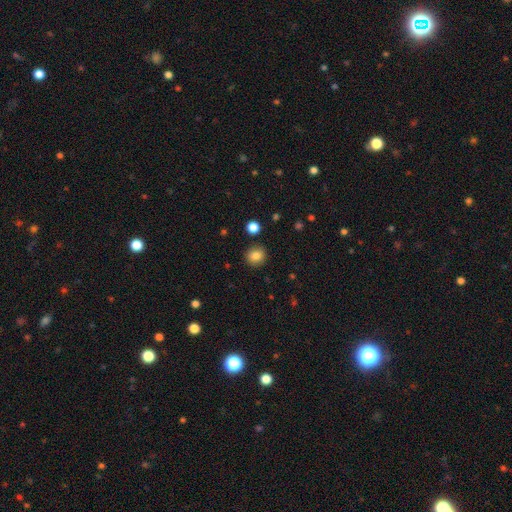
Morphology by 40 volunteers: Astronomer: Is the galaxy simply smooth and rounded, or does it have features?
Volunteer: smooth — 82%.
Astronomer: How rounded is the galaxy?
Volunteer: round — 94%.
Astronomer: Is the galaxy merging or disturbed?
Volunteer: none — 100%.